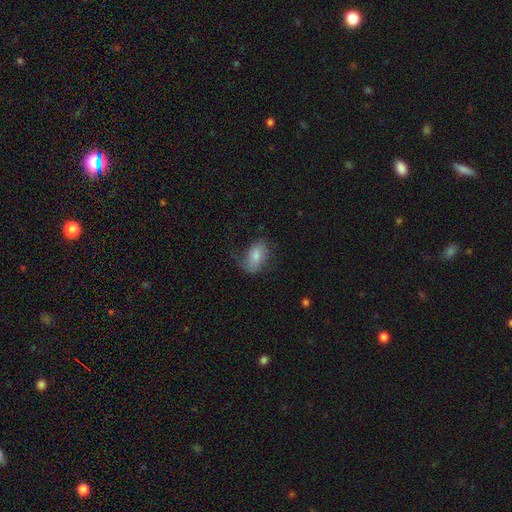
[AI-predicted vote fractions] Smooth or featured: smooth — 65% (featured or disk — 26%)
How rounded: in between — 90% (round — 8%)
Merging: none — 60% (minor disturbance — 24%)